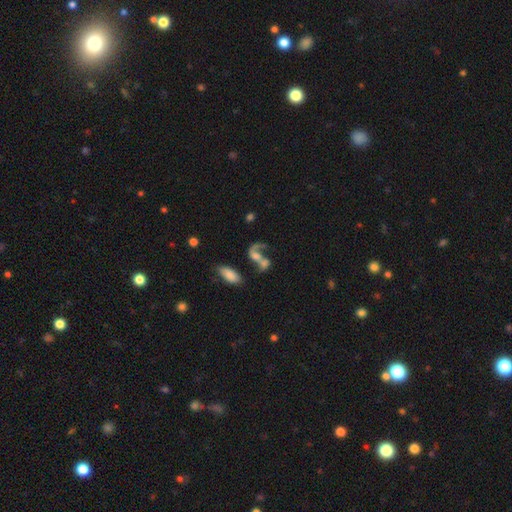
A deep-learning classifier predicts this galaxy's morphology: A featured or disk galaxy (54%) with no bar (67%), spiral arms (67%) and a moderate central bulge (31%).

Vote fractions:
- Smooth or featured? featured or disk: 54% / smooth: 33% / star or artifact: 12%
- Edge-on disk? no: 94% / yes: 6%
- Bar? no: 67% / weak: 24% / strong: 9%
- Spiral arms? yes: 67% / no: 33%
- Bulge size? moderate: 31% / none: 28% / small: 26% / large: 12% / dominant: 3%
- Merging? merger: 50% / major disturbance: 21% / none: 20% / minor disturbance: 9%